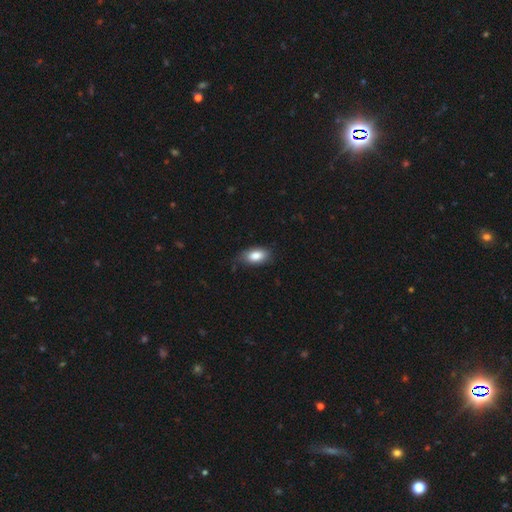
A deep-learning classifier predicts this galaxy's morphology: Overall: smooth (84%). How rounded: in between (91%). Merging: none (72%).